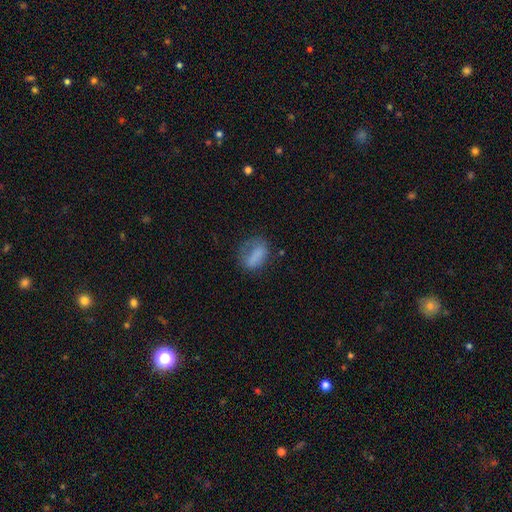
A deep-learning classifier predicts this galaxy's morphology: smooth-or-featured: smooth: 74% | featured or disk: 15% | star or artifact: 10%
  how-rounded: in between: 78% | round: 17% | cigar-shaped: 5%
  merging: none: 47% | minor disturbance: 27% | major disturbance: 23% | merger: 3%